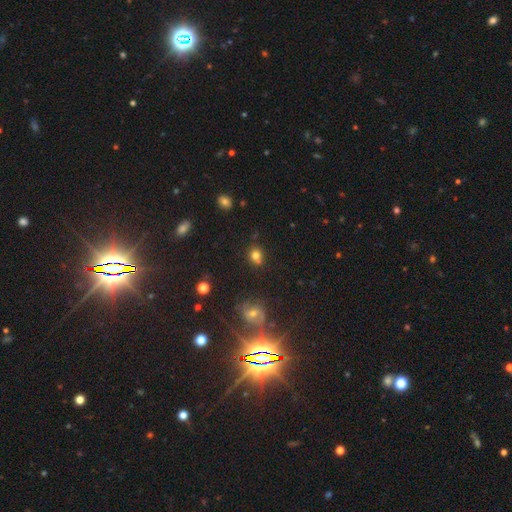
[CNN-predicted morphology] Smooth or featured? smooth (76%)
How rounded? round (72%)
Merging? none (69%)